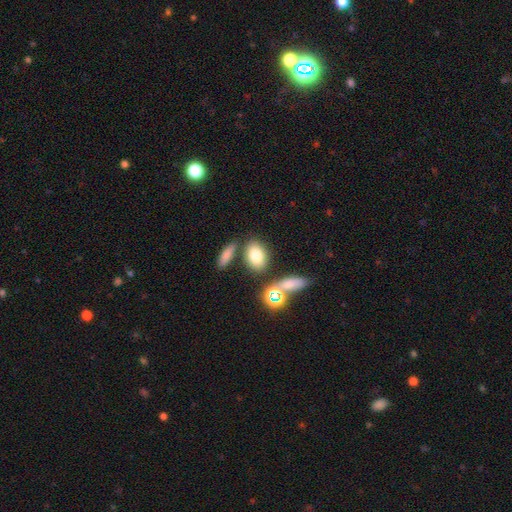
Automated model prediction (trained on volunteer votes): Q: Smooth or featured?
A: smooth (77%); runner-up: featured or disk (12%)
Q: How rounded?
A: in between (77%); runner-up: round (20%)
Q: Merging?
A: none (70%); runner-up: merger (13%)